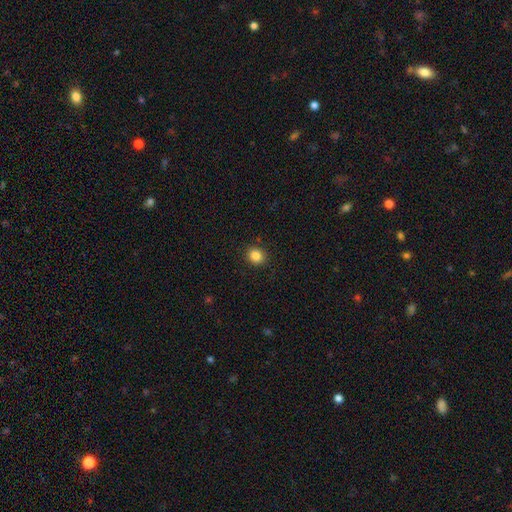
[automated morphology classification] A smooth galaxy with no disk features (84%) that is round (74%).

Vote fractions:
- Smooth or featured? smooth: 84% / star or artifact: 11% / featured or disk: 5%
- How rounded? round: 74% / in between: 25% / cigar-shaped: 1%
- Merging? none: 90% / minor disturbance: 7% / major disturbance: 2% / merger: 1%